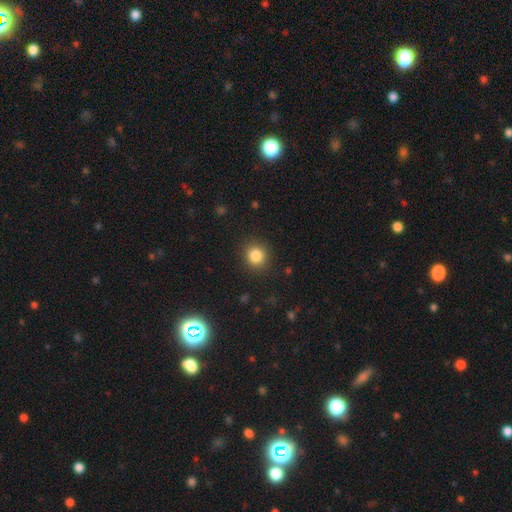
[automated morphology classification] type=smooth (84%); roundness=round (85%); merging=none (89%).